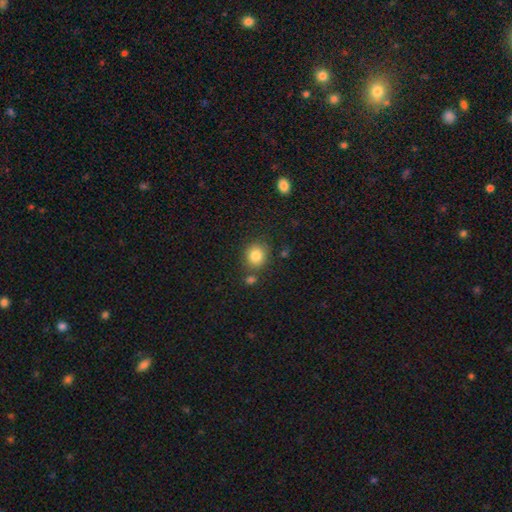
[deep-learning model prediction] This is clearly a smooth galaxy (83%). How rounded: likely round (78%). Merging: likely none (77%).